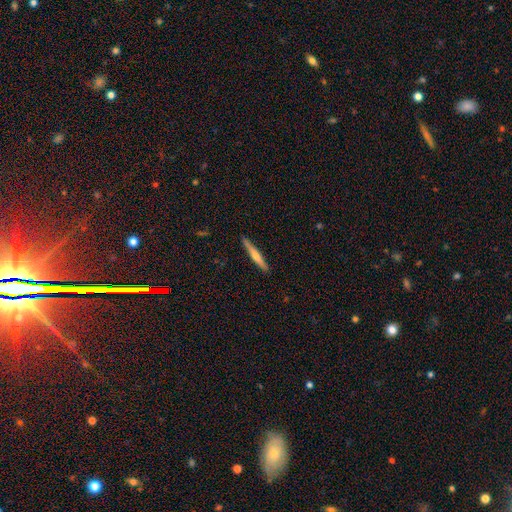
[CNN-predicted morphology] type=smooth (49%); merging=none (89%).